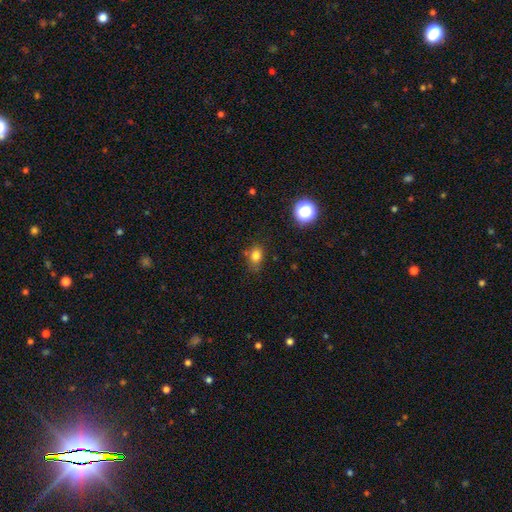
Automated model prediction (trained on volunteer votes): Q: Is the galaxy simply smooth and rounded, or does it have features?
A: smooth — 79%.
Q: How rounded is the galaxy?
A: in between — 60%.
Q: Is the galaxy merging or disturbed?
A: none — 67%.